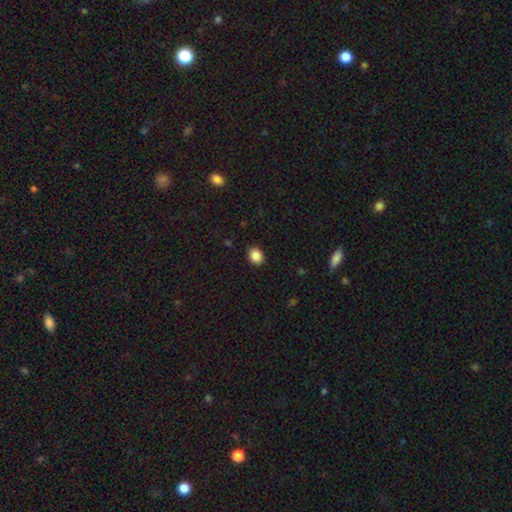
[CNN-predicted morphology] This is clearly a smooth galaxy (88%). How rounded: possibly round (57%). Merging: clearly none (90%).